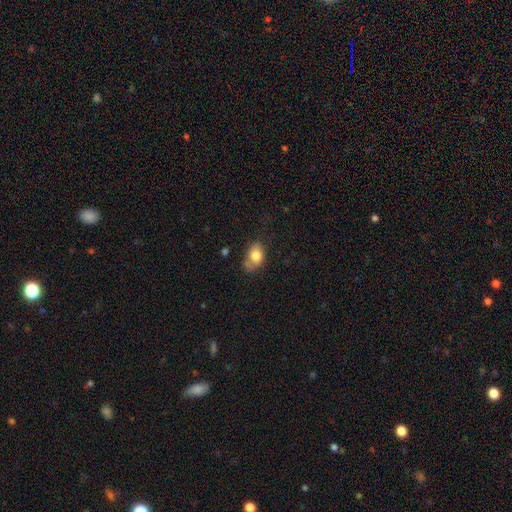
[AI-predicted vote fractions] smooth_or_featured: smooth (p=0.77) [alt: featured or disk p=0.15]
how_rounded: in between (p=0.81) [alt: round p=0.18]
merging: none (p=0.53) [alt: minor disturbance p=0.31]